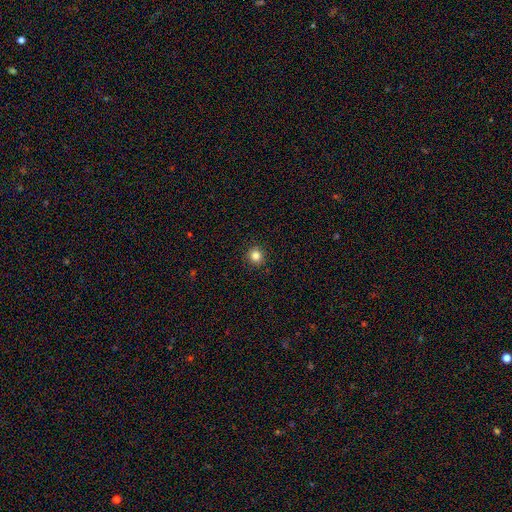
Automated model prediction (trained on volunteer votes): smooth_or_featured: smooth (p=0.83) [alt: star or artifact p=0.12]
how_rounded: round (p=0.94) [alt: in between p=0.05]
merging: none (p=0.92) [alt: minor disturbance p=0.05]